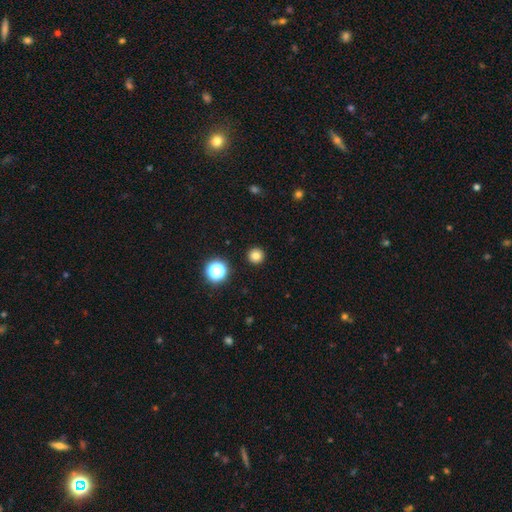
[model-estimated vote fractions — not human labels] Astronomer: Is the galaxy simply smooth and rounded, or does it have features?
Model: smooth — 81%.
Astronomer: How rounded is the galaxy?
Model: round — 96%.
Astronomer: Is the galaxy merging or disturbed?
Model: none — 93%.